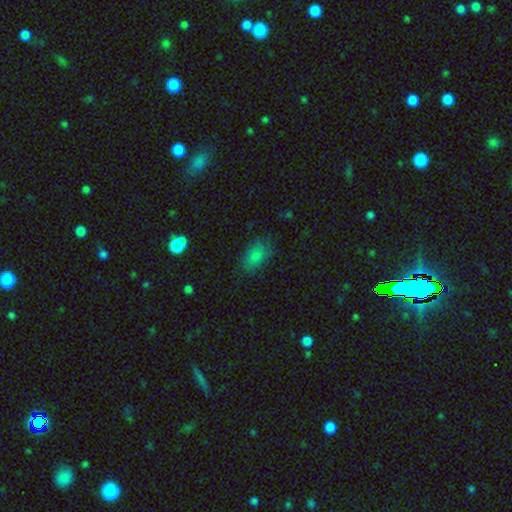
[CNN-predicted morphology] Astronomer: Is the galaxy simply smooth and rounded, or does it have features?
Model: smooth — 82%.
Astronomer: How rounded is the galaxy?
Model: in between — 86%.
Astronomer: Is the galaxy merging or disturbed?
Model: none — 74%.